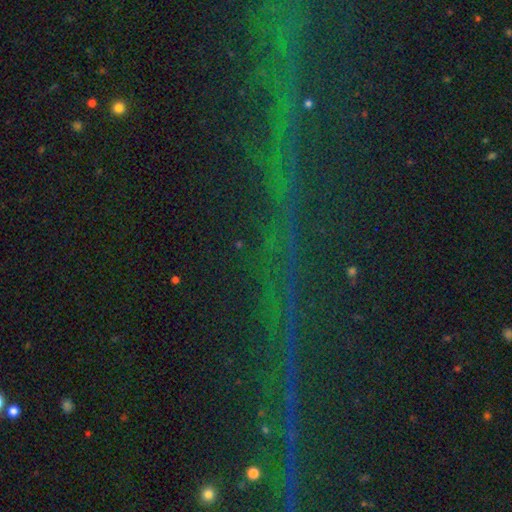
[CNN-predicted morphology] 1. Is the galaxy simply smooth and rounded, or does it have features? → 81% star or artifact, 10% featured or disk, 9% smooth.